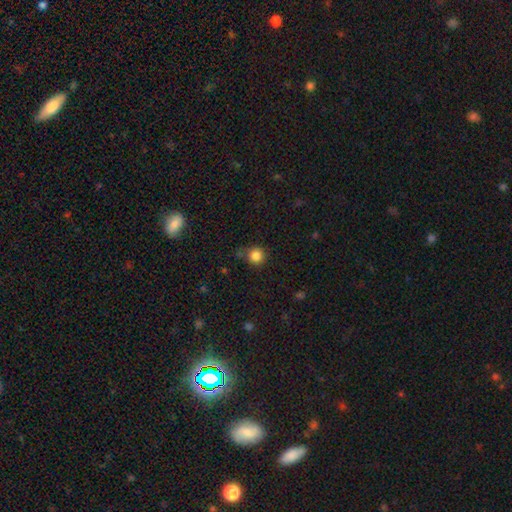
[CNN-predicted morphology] smooth 84%, star or artifact 12%, featured or disk 4%. Down the decision tree: how rounded — round (92%); merging — none (76%).